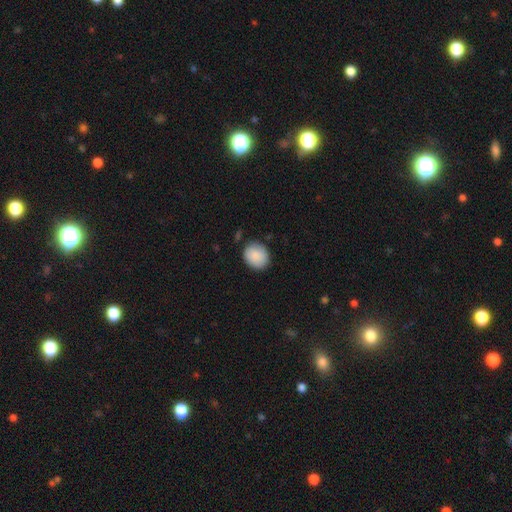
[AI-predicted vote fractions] The model was most divided on "how rounded": round: 68%, in between: 31%, cigar-shaped: 1%. More confident: smooth or featured — smooth (89%); merging — none (82%).